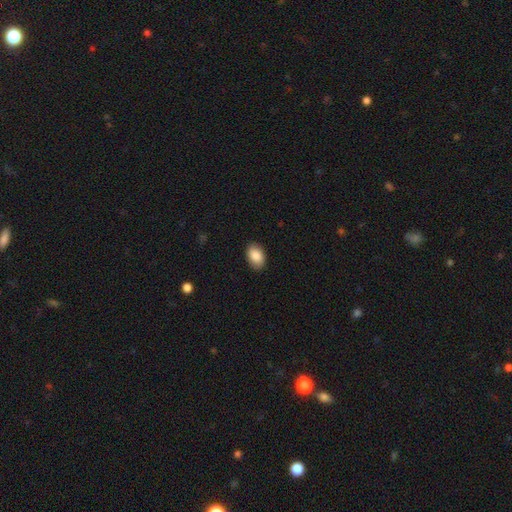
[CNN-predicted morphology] A smooth galaxy with no disk features (89%) that is in between round and cigar-shaped (88%). Merging: none (88%).